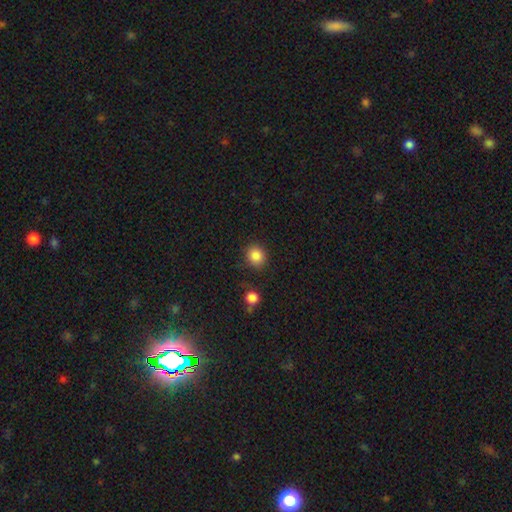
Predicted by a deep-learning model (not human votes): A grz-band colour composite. It shows a smooth galaxy with no disk features (86%) that is round (80%). Merging: none (84%).